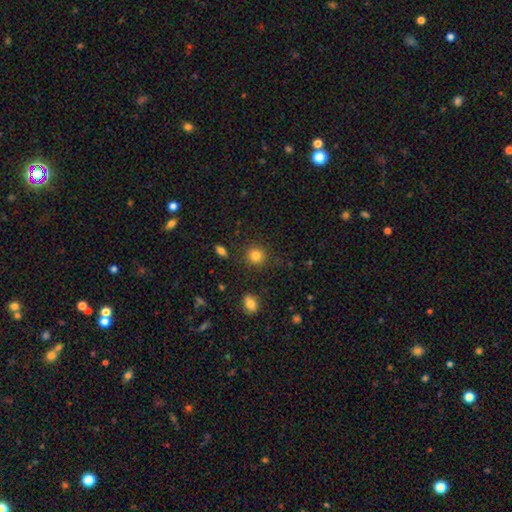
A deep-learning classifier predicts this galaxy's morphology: Smooth or featured? Predicted: smooth (p=0.83). How rounded? Predicted: round (p=0.89). Merging? Predicted: none (p=0.88).